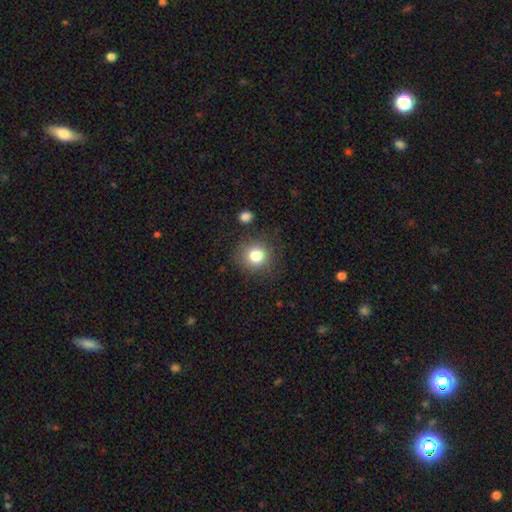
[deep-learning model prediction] This appears to be a smooth galaxy with no disk features (81%) that is round (90%). Merging: none (84%).